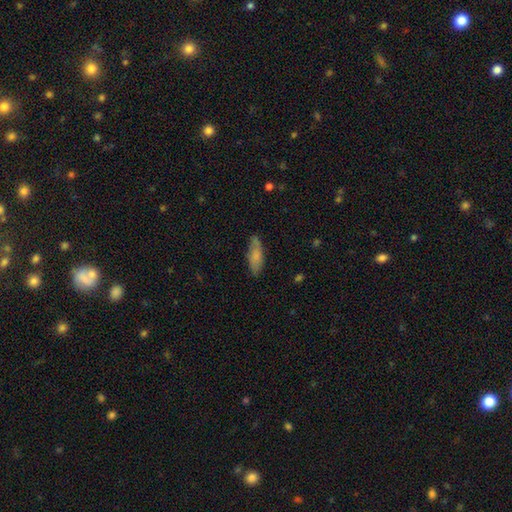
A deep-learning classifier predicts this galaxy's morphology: Smooth or featured: smooth — 72% (featured or disk — 21%)
How rounded: in between — 53% (cigar-shaped — 45%)
Merging: none — 77% (minor disturbance — 18%)